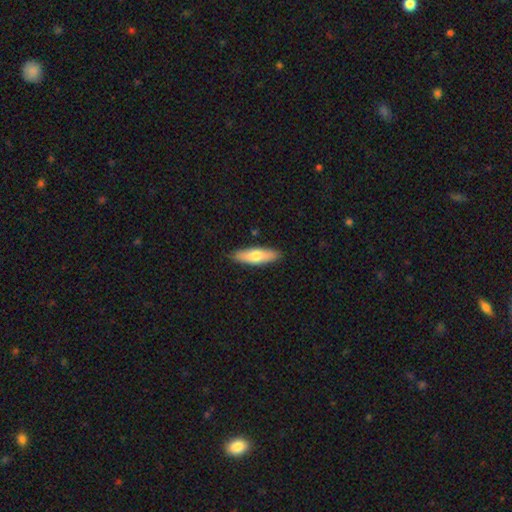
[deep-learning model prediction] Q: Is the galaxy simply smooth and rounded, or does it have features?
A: smooth — 67%.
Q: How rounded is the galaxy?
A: cigar-shaped — 55%.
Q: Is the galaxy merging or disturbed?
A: none — 88%.